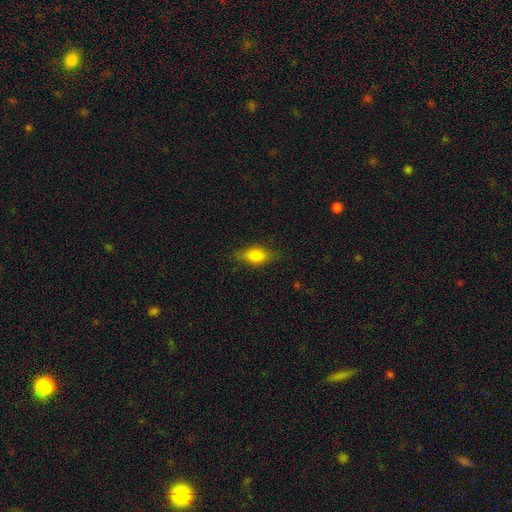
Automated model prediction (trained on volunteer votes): Smooth or featured? smooth (78%)
How rounded? in between (83%)
Merging? none (78%)